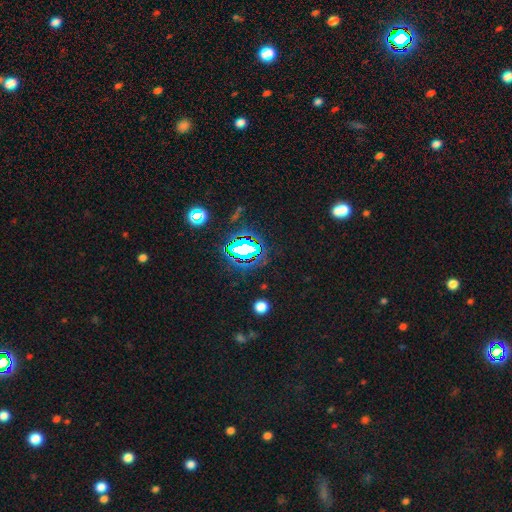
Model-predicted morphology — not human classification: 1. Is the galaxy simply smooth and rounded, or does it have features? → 76% star or artifact, 15% smooth, 8% featured or disk.